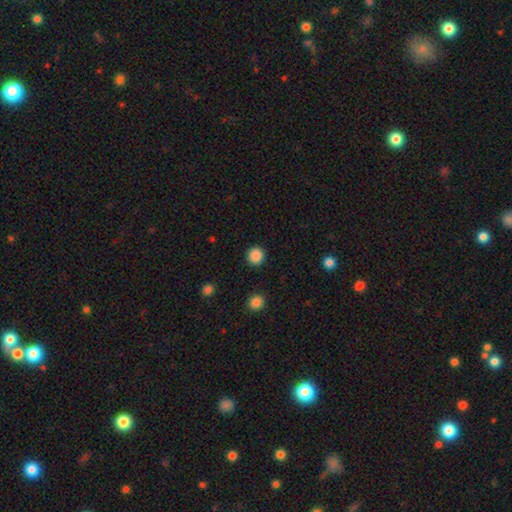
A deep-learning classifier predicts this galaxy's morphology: smooth-or-featured: smooth: 88% | star or artifact: 10% | featured or disk: 3%
  how-rounded: round: 93% | in between: 6% | cigar-shaped: 1%
  merging: none: 92% | minor disturbance: 5% | major disturbance: 2% | merger: 1%